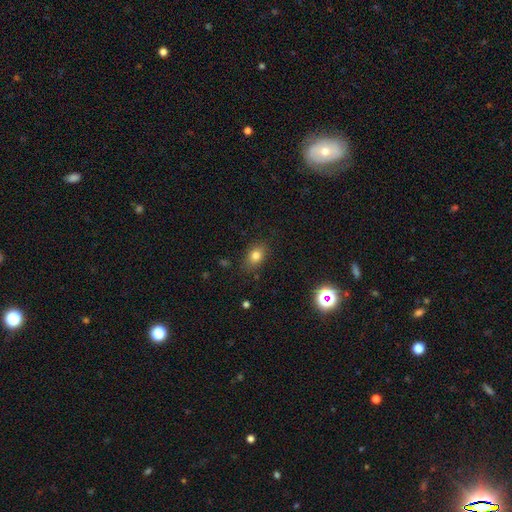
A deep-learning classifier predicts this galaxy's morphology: Smooth or featured? Predicted: smooth (p=0.79). How rounded? Predicted: in between (p=0.74). Merging? Predicted: none (p=0.82).